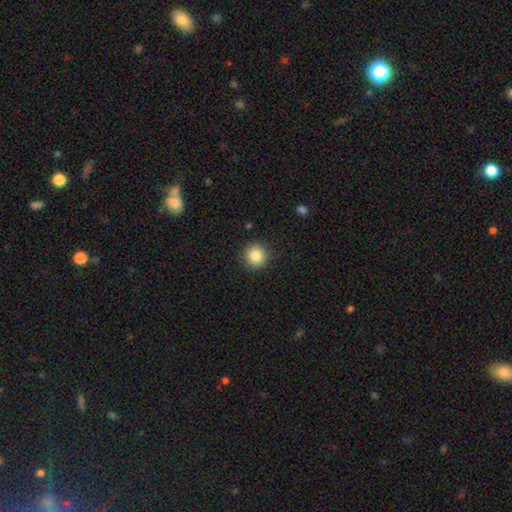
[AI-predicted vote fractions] smooth-or-featured: smooth: 85% | star or artifact: 10% | featured or disk: 5%
  how-rounded: round: 94% | in between: 5% | cigar-shaped: 1%
  merging: none: 91% | minor disturbance: 6% | major disturbance: 2% | merger: 1%